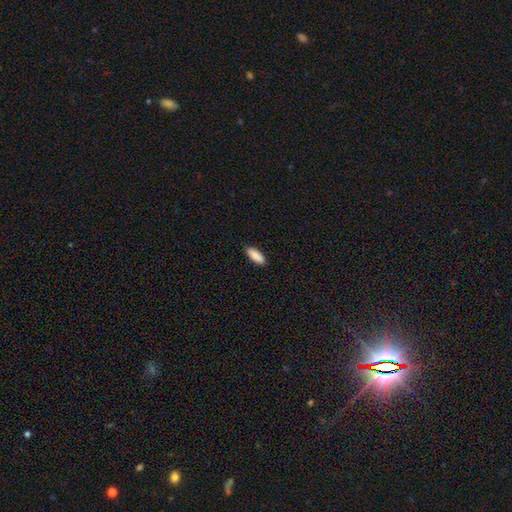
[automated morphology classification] The model was most divided on "how rounded": in between: 68%, cigar-shaped: 30%, round: 2%. More confident: smooth or featured — smooth (90%); merging — none (89%).